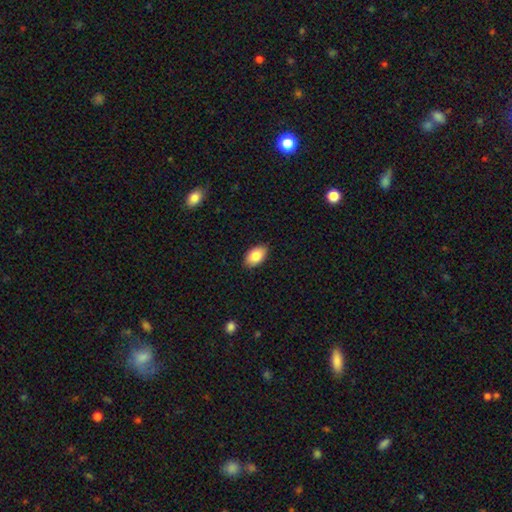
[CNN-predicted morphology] A smooth galaxy with no disk features (84%) that is in between round and cigar-shaped (92%). Merging: none (87%).